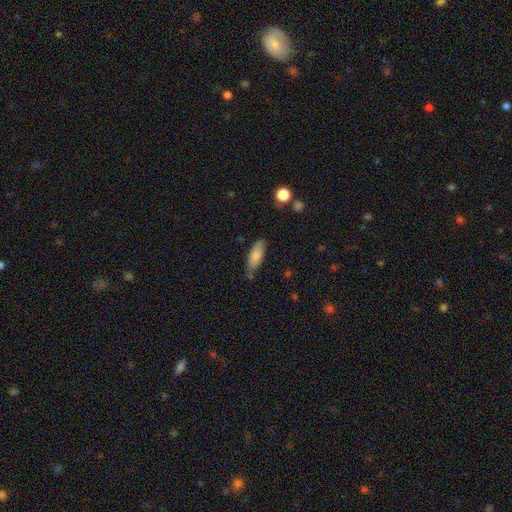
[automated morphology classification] smooth-or-featured: smooth: 81% | featured or disk: 12% | star or artifact: 7%
  how-rounded: in between: 64% | cigar-shaped: 34% | round: 2%
  merging: none: 64% | minor disturbance: 27% | major disturbance: 5% | merger: 4%